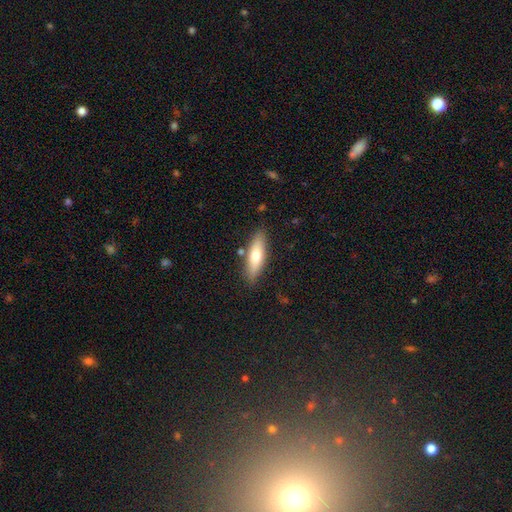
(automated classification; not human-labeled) Smooth or featured?
  - smooth: 67% *
  - featured or disk: 27%
  - star or artifact: 6%
How rounded?
  - cigar-shaped: 57% *
  - in between: 41%
  - round: 2%
Merging?
  - none: 83% *
  - minor disturbance: 11%
  - merger: 3%
  - major disturbance: 2%